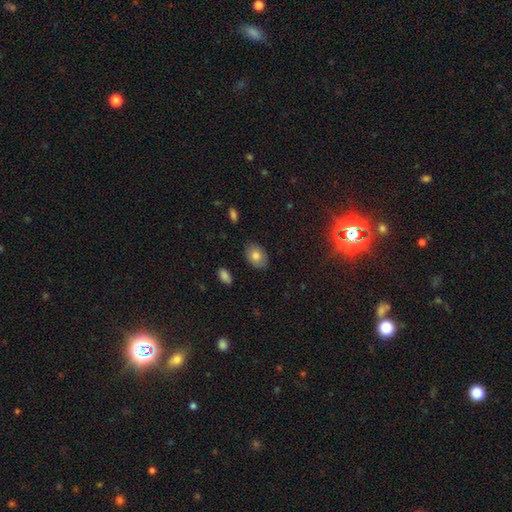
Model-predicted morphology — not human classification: smooth-or-featured: smooth: 80% | featured or disk: 12% | star or artifact: 8%
  how-rounded: in between: 84% | round: 15% | cigar-shaped: 1%
  merging: none: 84% | minor disturbance: 12% | major disturbance: 2% | merger: 1%